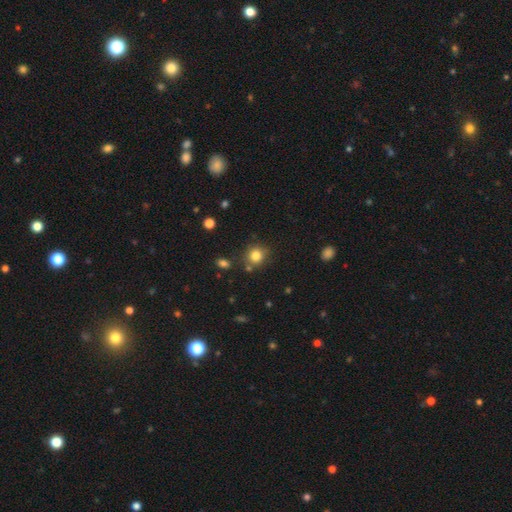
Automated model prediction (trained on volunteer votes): This is clearly a smooth galaxy (82%). How rounded: clearly round (85%). Merging: likely none (77%).